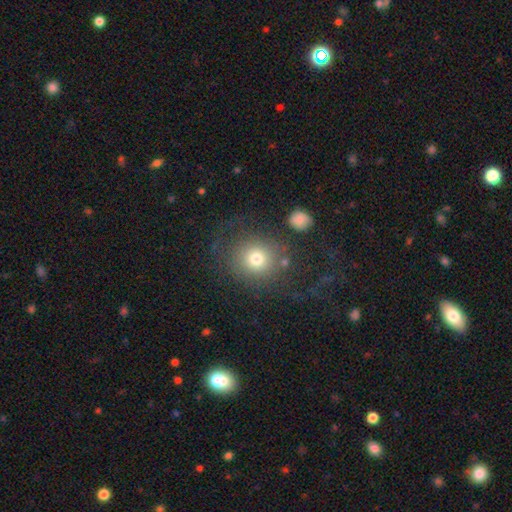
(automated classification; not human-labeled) smooth 69%, star or artifact 16%, featured or disk 15%. Down the decision tree: how rounded — round (85%); merging — none (65%).